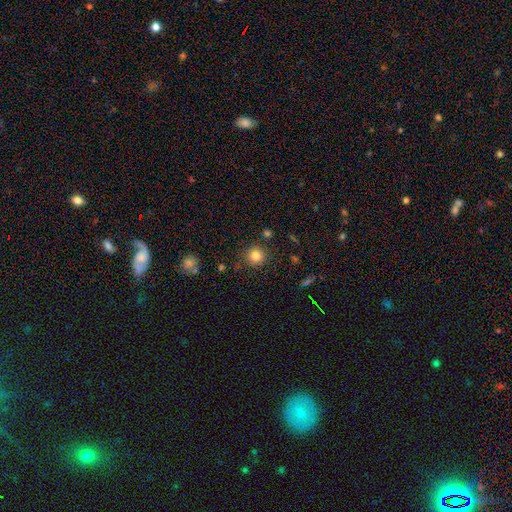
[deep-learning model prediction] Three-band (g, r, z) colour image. It shows a smooth galaxy with no disk features (82%) that is round (93%). Merging: none (86%).